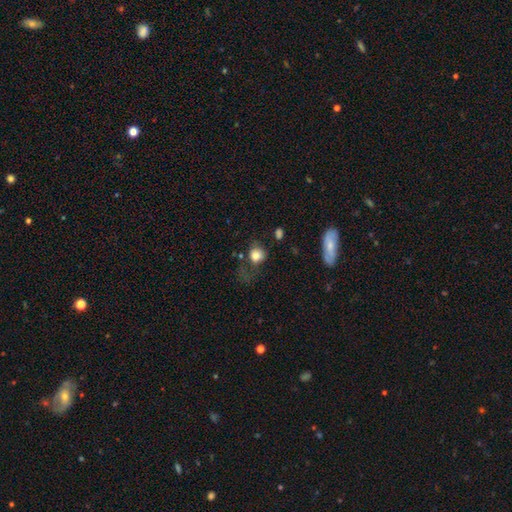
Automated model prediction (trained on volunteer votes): A smooth galaxy with no disk features (80%) that is round (72%).

Vote fractions:
- Smooth or featured? smooth: 80% / star or artifact: 10% / featured or disk: 10%
- How rounded? round: 72% / in between: 27% / cigar-shaped: 1%
- Merging? none: 45% / major disturbance: 27% / minor disturbance: 23% / merger: 5%